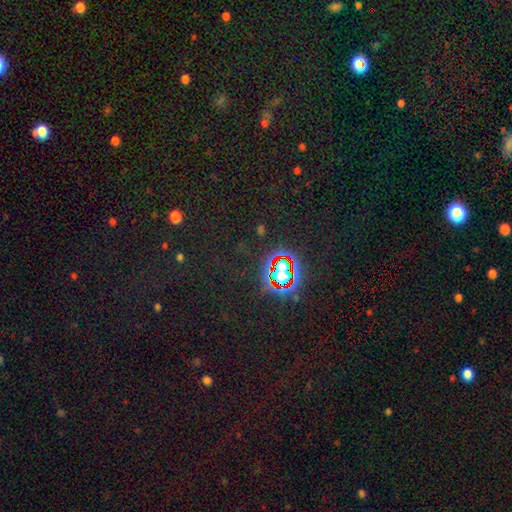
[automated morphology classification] smooth_or_featured: star or artifact (p=0.80) [alt: smooth p=0.12]